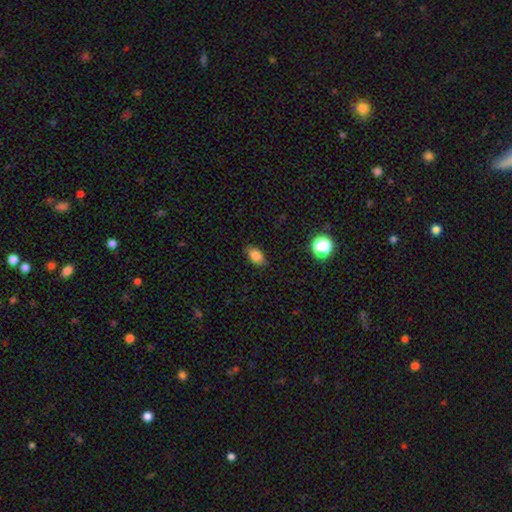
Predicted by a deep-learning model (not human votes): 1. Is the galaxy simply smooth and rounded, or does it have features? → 83% smooth, 11% star or artifact, 7% featured or disk.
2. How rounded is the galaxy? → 85% in between, 13% round, 2% cigar-shaped.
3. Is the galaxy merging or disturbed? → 84% none, 12% minor disturbance, 3% major disturbance, 1% merger.